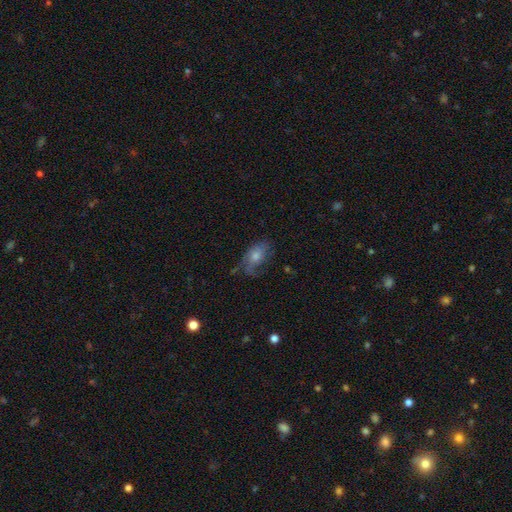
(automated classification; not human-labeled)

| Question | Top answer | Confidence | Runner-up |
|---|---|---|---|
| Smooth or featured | smooth | 45% | featured or disk (42%) |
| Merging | none | 53% | minor disturbance (27%) |